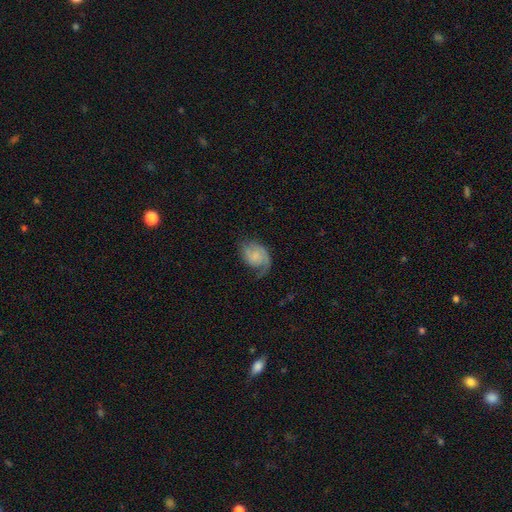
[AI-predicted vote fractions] smooth-or-featured: featured or disk: 59% | smooth: 33% | star or artifact: 7%
  disk-edge-on: no: 97% | yes: 3%
    bar: no: 65% | weak: 31% | strong: 4%
    has-spiral-arms: yes: 91% | no: 9%
      spiral-winding: medium: 40% | loose: 32% | tight: 28%
      spiral-arm-count: 1: 45% | 2: 42% | can't tell: 9% | 3: 2% | 4: 1% | more than 4: 1%
    bulge-size: small: 42% | none: 30% | moderate: 21% | large: 5% | dominant: 2%
  merging: none: 48% | minor disturbance: 27% | major disturbance: 23% | merger: 2%